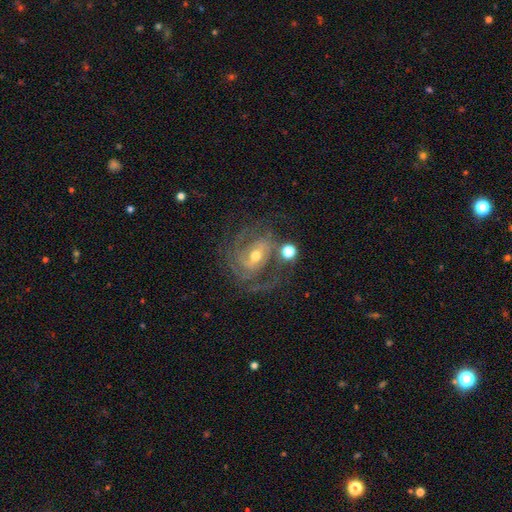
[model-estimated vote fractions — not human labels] A featured or disk galaxy (85%) with a weak bar (46%), 2 (35%) tight (49%) spiral arms (93%) and a moderate central bulge (60%). Merging: none (57%).